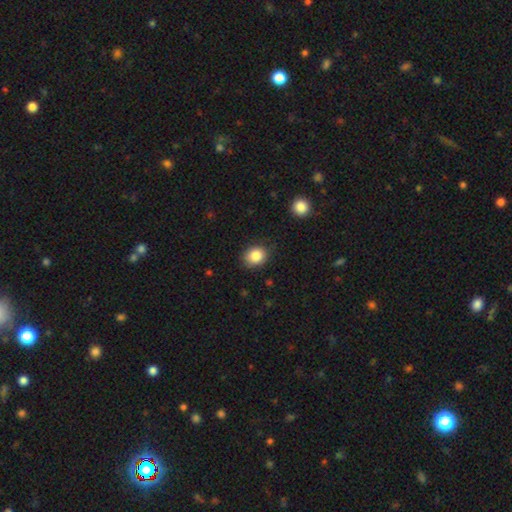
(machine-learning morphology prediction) This appears to be a smooth galaxy with no disk features (86%) that is round (59%). Merging: none (84%).